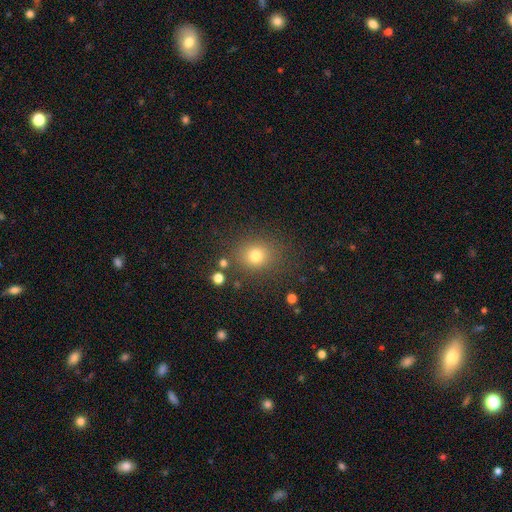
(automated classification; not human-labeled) smooth 75%, star or artifact 17%, featured or disk 8%. Down the decision tree: how rounded — round (77%); merging — none (83%).